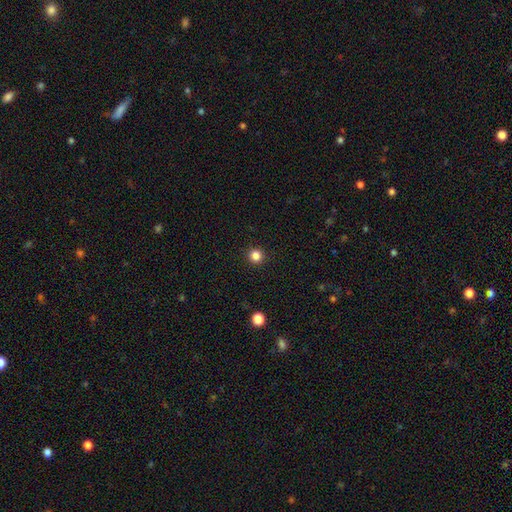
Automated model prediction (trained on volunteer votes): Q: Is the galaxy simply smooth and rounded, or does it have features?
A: smooth — 84%.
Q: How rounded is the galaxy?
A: round — 95%.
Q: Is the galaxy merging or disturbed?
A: none — 93%.